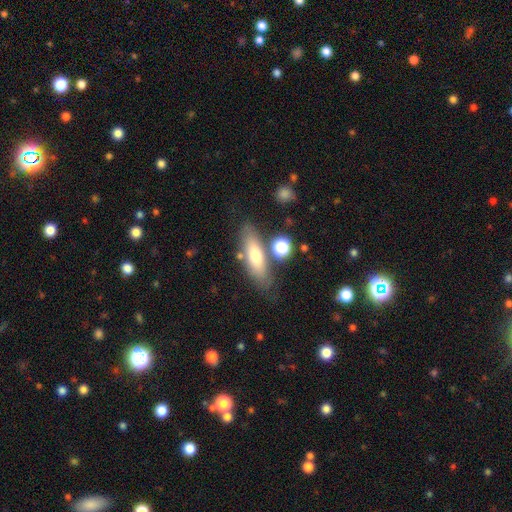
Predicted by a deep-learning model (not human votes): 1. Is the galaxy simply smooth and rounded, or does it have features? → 65% smooth, 27% featured or disk, 8% star or artifact.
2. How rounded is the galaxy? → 50% in between, 47% cigar-shaped, 3% round.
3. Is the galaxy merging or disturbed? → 71% none, 15% minor disturbance, 9% merger, 5% major disturbance.